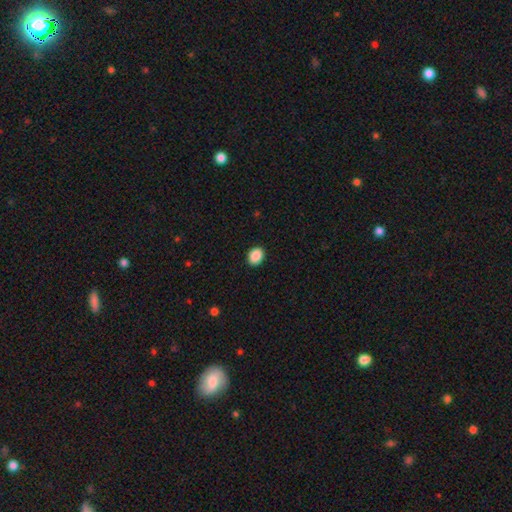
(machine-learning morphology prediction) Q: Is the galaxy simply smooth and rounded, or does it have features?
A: smooth — 89%.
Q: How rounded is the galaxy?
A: in between — 56%.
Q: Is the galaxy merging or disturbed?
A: none — 91%.